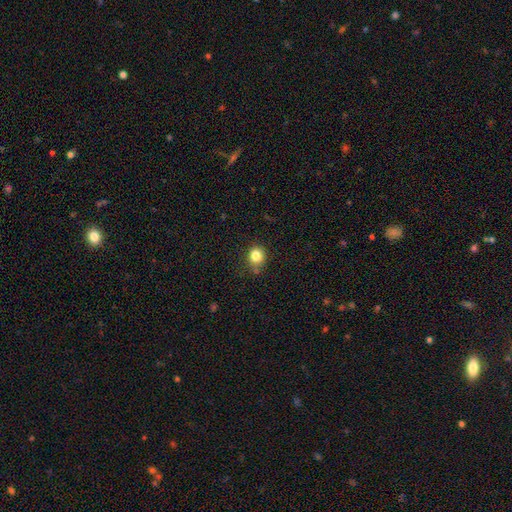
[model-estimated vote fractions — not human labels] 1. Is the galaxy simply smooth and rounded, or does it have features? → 82% smooth, 11% star or artifact, 6% featured or disk.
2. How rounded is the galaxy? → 76% round, 23% in between, 1% cigar-shaped.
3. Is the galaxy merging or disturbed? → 77% none, 16% minor disturbance, 4% merger, 4% major disturbance.